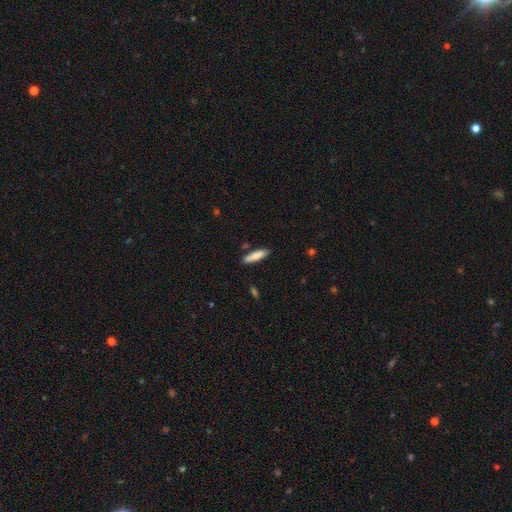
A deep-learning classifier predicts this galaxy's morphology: This appears to be a smooth galaxy with no disk features (84%) that is cigar-shaped (69%). Merging: none (86%).